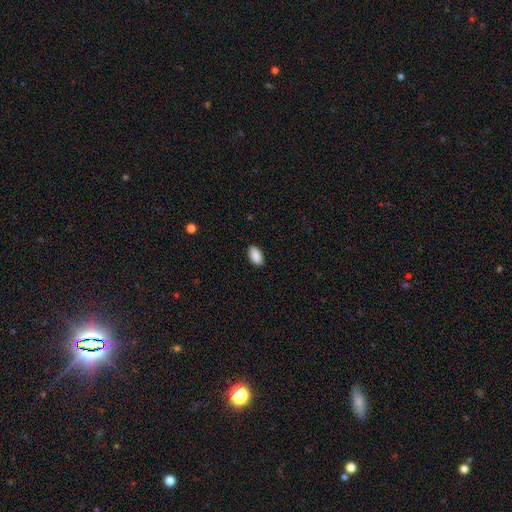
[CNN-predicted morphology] Q: Smooth or featured?
A: smooth (90%); runner-up: star or artifact (7%)
Q: How rounded?
A: in between (94%); runner-up: round (3%)
Q: Merging?
A: none (87%); runner-up: minor disturbance (10%)